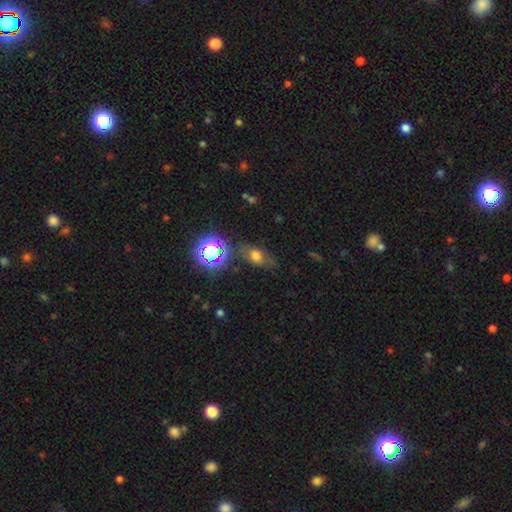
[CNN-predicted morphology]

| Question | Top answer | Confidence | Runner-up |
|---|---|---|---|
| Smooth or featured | smooth | 57% | star or artifact (25%) |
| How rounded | in between | 73% | round (21%) |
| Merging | none | 69% | minor disturbance (19%) |